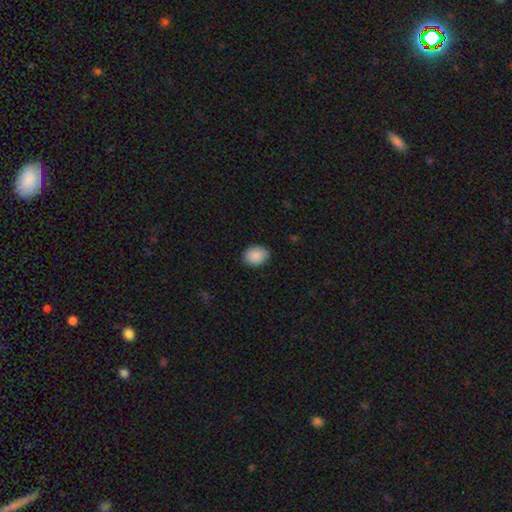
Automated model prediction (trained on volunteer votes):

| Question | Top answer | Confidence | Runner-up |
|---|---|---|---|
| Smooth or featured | smooth | 89% | star or artifact (7%) |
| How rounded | in between | 51% | round (48%) |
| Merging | none | 83% | minor disturbance (13%) |